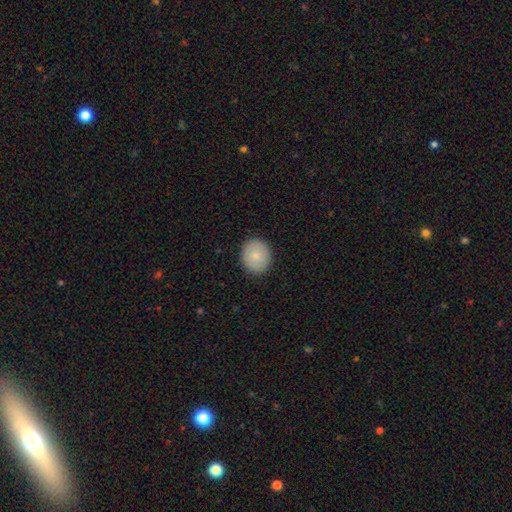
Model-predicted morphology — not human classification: Smooth or featured: smooth — 80% (featured or disk — 13%)
How rounded: round — 80% (in between — 20%)
Merging: none — 90% (minor disturbance — 7%)